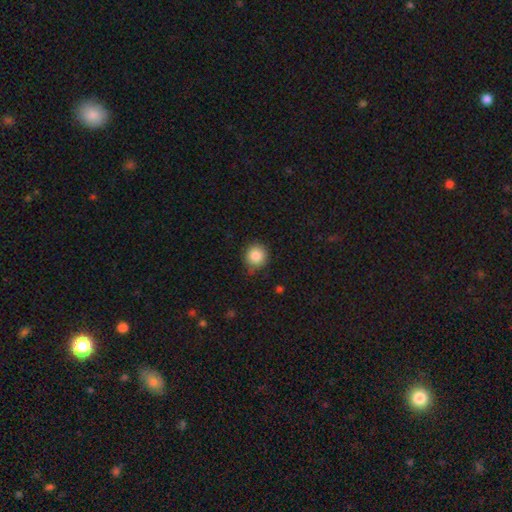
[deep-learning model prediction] Smooth or featured? Predicted: smooth (p=0.86). How rounded? Predicted: round (p=0.92). Merging? Predicted: none (p=0.79).